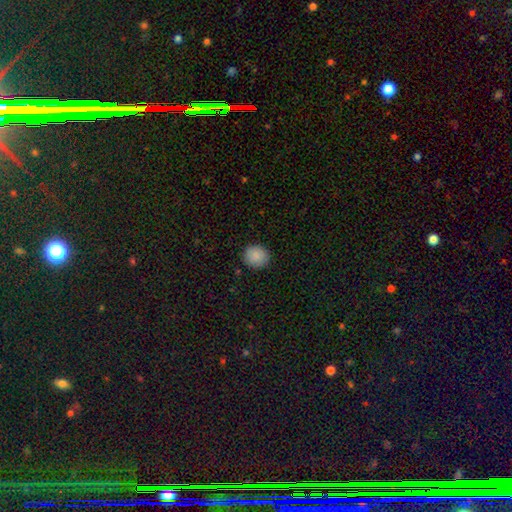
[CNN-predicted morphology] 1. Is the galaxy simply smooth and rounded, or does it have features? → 89% smooth, 8% star or artifact, 3% featured or disk.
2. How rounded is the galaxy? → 82% round, 17% in between, 1% cigar-shaped.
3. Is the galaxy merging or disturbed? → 90% none, 7% minor disturbance, 2% major disturbance, 1% merger.